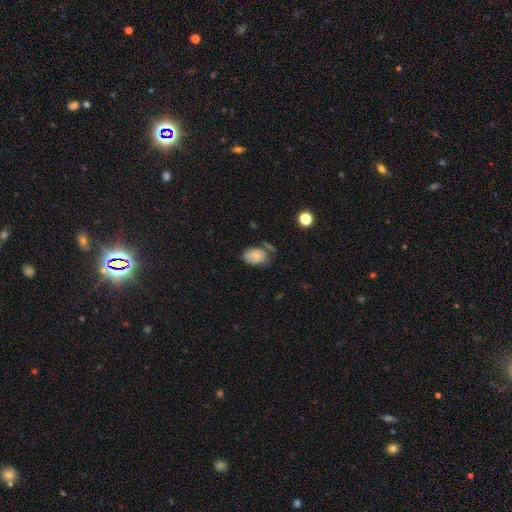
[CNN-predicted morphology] smooth 78%, featured or disk 12%, star or artifact 9%. Down the decision tree: how rounded — in between (81%); merging — none (52%).